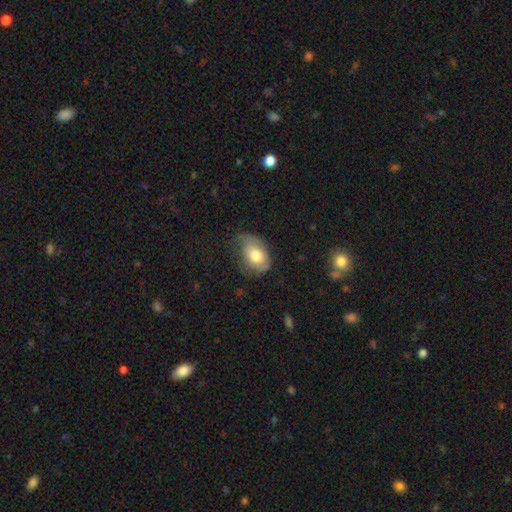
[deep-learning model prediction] Morphology: type=smooth (71%); roundness=in between (84%); merging=minor disturbance (38%).